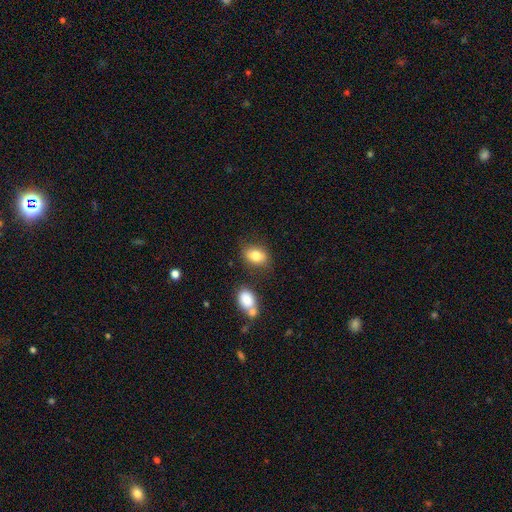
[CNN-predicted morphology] The model was most divided on "how rounded": in between: 76%, round: 22%, cigar-shaped: 2%. More confident: smooth or featured — smooth (80%); merging — none (72%).